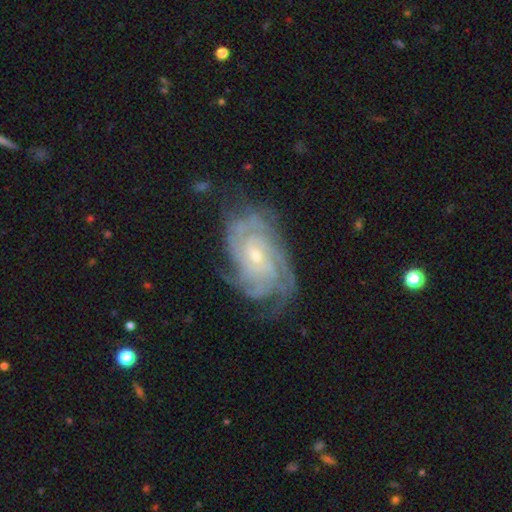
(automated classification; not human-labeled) Q: Smooth or featured?
A: featured or disk (88%); runner-up: smooth (6%)
Q: Edge-on disk?
A: no (97%); runner-up: yes (3%)
Q: Bar?
A: no (63%); runner-up: weak (30%)
Q: Spiral arms?
A: yes (97%); runner-up: no (3%)
Q: Spiral winding?
A: tight (70%); runner-up: medium (25%)
Q: Spiral arm count?
A: 4 (30%); runner-up: can't tell (26%)
Q: Bulge size?
A: small (66%); runner-up: moderate (30%)
Q: Merging?
A: none (70%); runner-up: minor disturbance (20%)